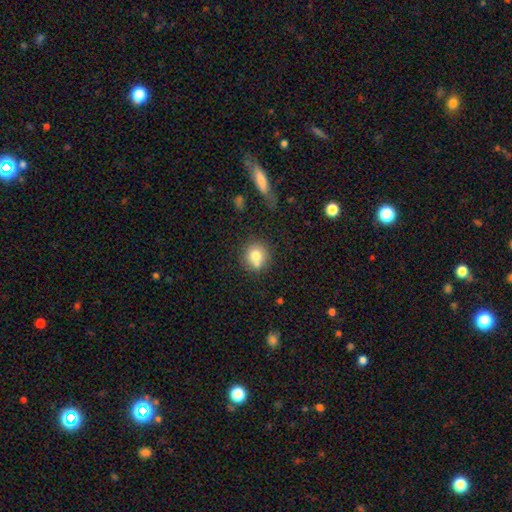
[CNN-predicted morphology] Overall: smooth (74%). How rounded: round (88%). Merging: none (59%; merger 24%).